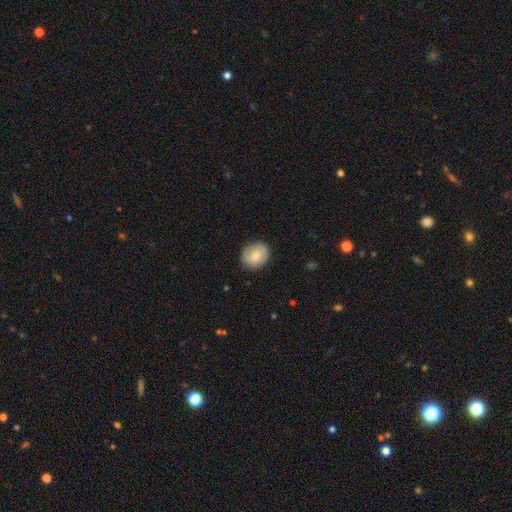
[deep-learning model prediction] smooth_or_featured: smooth (p=0.73) [alt: featured or disk p=0.20]
how_rounded: round (p=0.74) [alt: in between p=0.25]
merging: none (p=0.82) [alt: minor disturbance p=0.13]